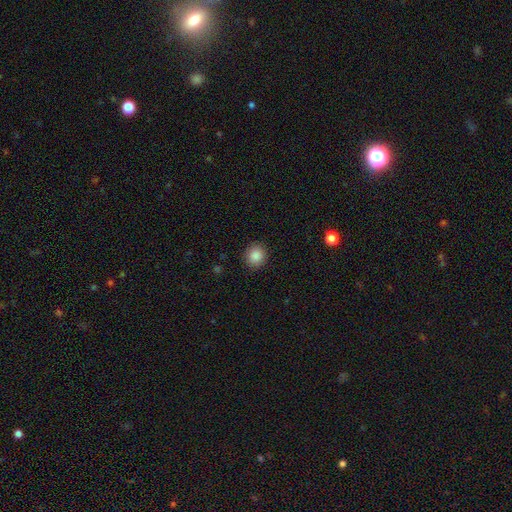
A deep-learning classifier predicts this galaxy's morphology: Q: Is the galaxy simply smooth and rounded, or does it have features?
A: smooth — 87%.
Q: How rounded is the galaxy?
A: round — 84%.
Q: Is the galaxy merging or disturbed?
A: none — 90%.